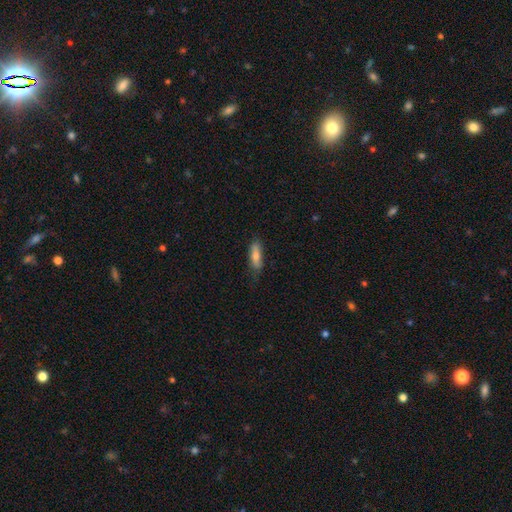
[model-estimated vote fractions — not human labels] smooth-or-featured: smooth: 65% | featured or disk: 28% | star or artifact: 7%
  how-rounded: cigar-shaped: 54% | in between: 44% | round: 2%
  merging: none: 73% | minor disturbance: 21% | major disturbance: 5% | merger: 1%